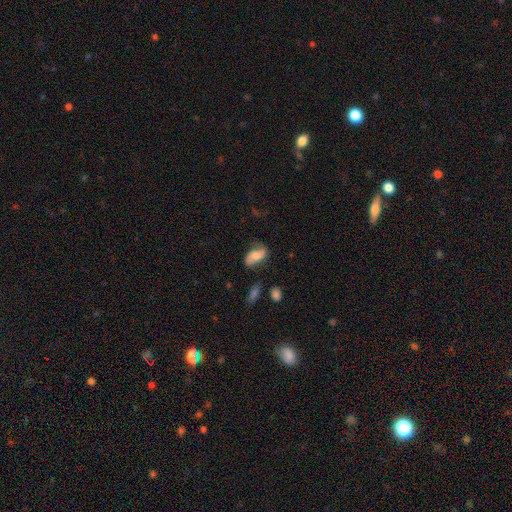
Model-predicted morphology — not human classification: This is possibly a featured or disk galaxy (49%). Merging: possibly none (59%).